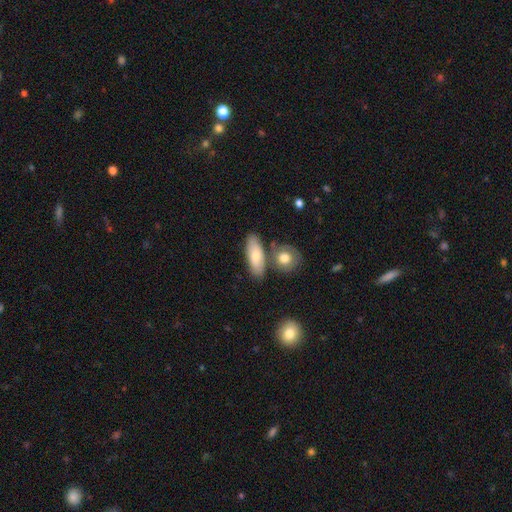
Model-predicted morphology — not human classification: Smooth or featured? smooth (73%)
How rounded? in between (73%)
Merging? none (67%)